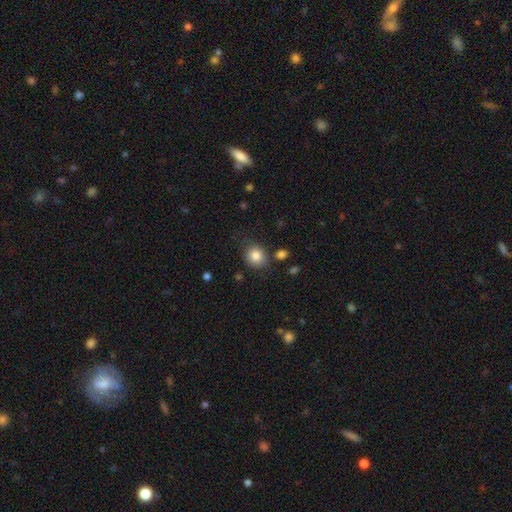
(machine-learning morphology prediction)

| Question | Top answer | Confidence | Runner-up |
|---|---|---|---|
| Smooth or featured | smooth | 84% | star or artifact (10%) |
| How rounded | round | 76% | in between (23%) |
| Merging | none | 79% | minor disturbance (13%) |